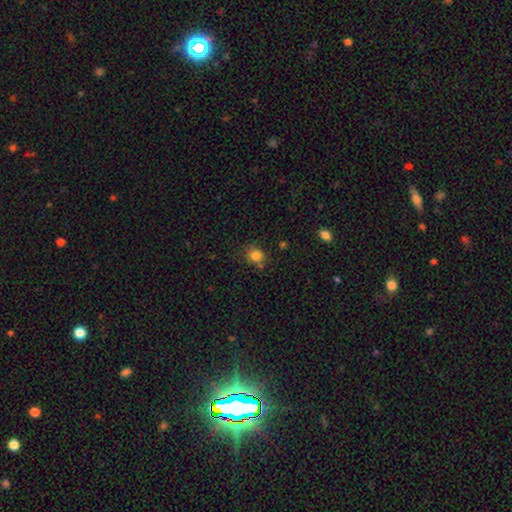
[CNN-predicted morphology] Overall: smooth (82%). How rounded: round (73%). Merging: none (71%).